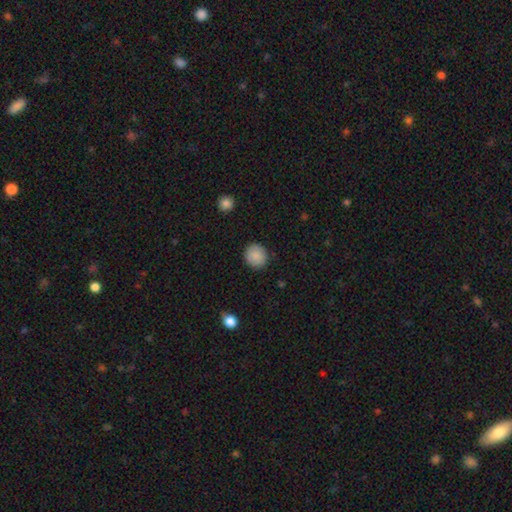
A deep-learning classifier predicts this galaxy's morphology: Smooth or featured? Predicted: smooth (p=0.88). How rounded? Predicted: round (p=0.89). Merging? Predicted: none (p=0.89).